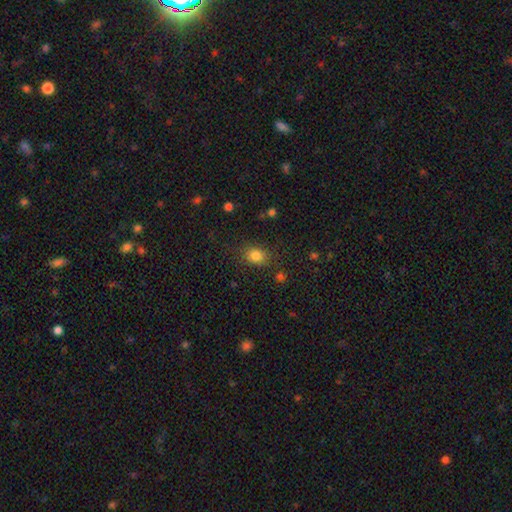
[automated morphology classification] Smooth or featured? Predicted: smooth (p=0.82). How rounded? Predicted: in between (p=0.51). Merging? Predicted: none (p=0.80).